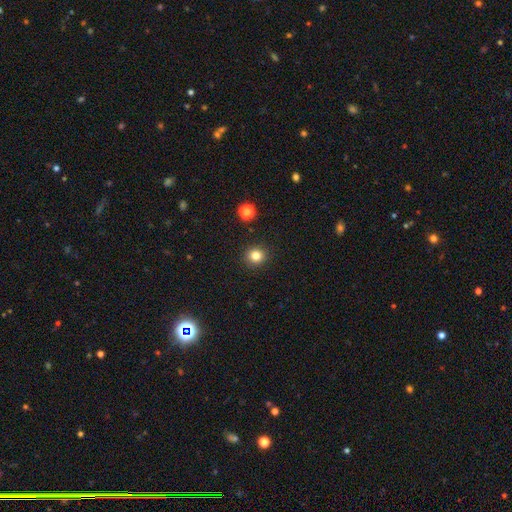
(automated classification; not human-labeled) Smooth or featured? smooth (82%)
How rounded? round (90%)
Merging? none (92%)